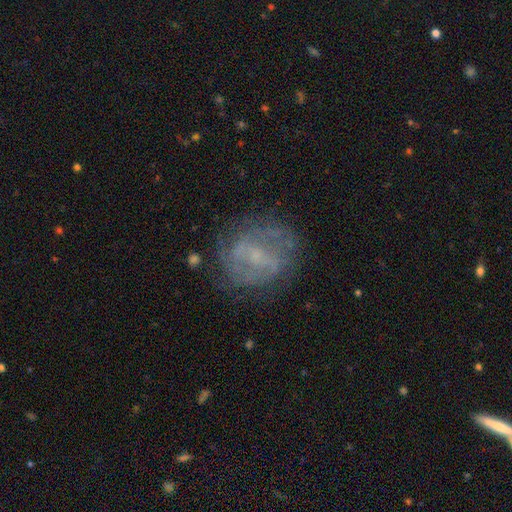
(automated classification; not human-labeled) smooth_or_featured: featured or disk (p=0.66) [alt: smooth p=0.23]
disk_edge_on: no (p=0.97) [alt: yes p=0.03]
bar: weak (p=0.50) [alt: no p=0.33]
has_spiral_arms: yes (p=0.67) [alt: no p=0.33]
bulge_size: small (p=0.53) [alt: none p=0.24]
merging: none (p=0.71) [alt: minor disturbance p=0.17]